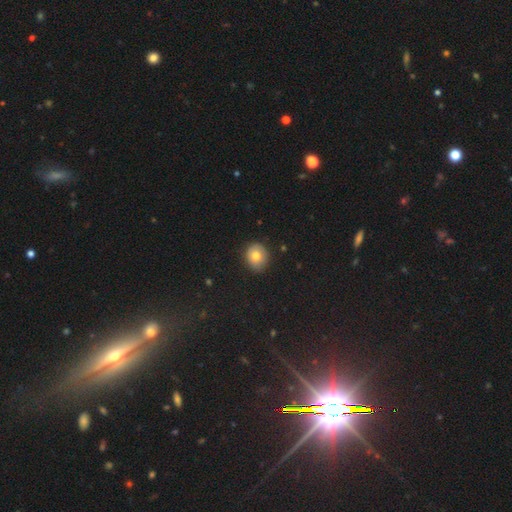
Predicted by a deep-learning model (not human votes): Morphology: type=smooth (77%); roundness=round (78%); merging=none (81%).